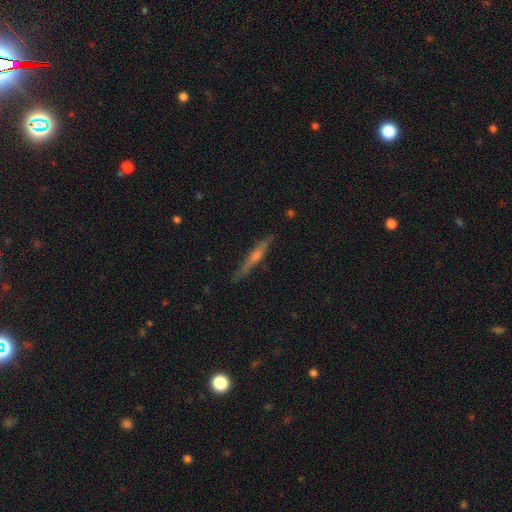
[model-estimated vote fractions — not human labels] Overall: featured or disk (69%). Edge-on disk: yes (97%). Edge-on bulge: rounded (73%). Merging: none (86%).